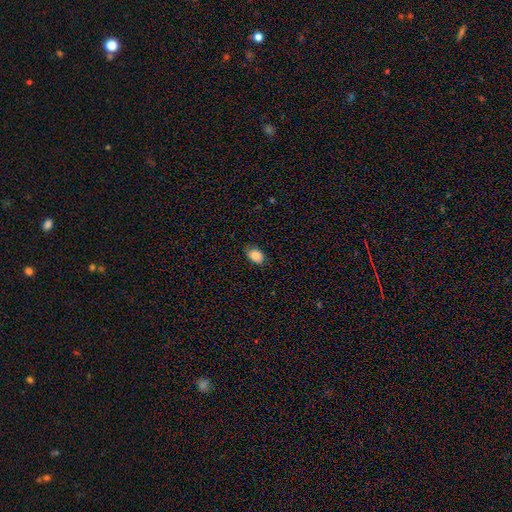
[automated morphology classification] smooth 84%, star or artifact 8%, featured or disk 7%. Down the decision tree: how rounded — in between (79%); merging — none (77%).